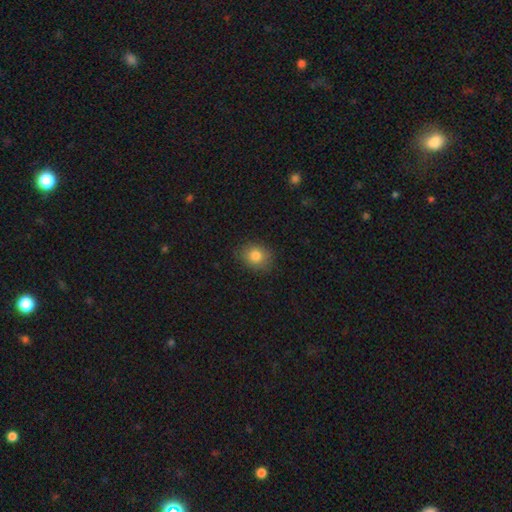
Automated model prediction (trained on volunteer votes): The model was most divided on "how rounded": round: 56%, in between: 43%, cigar-shaped: 1%. More confident: merging — none (85%); smooth or featured — smooth (80%).